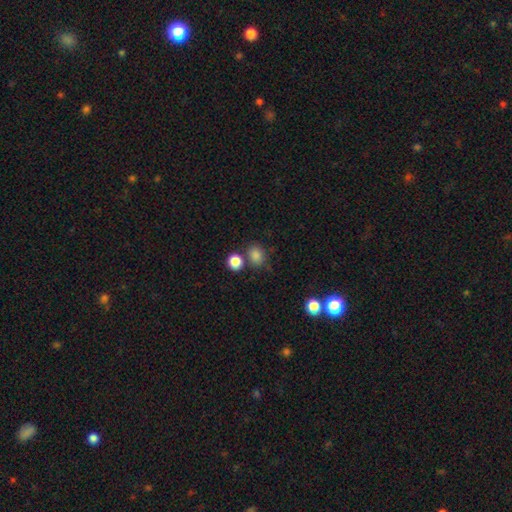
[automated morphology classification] This appears to be a smooth galaxy with no disk features (83%) that is round (57%). Merging: none (67%).